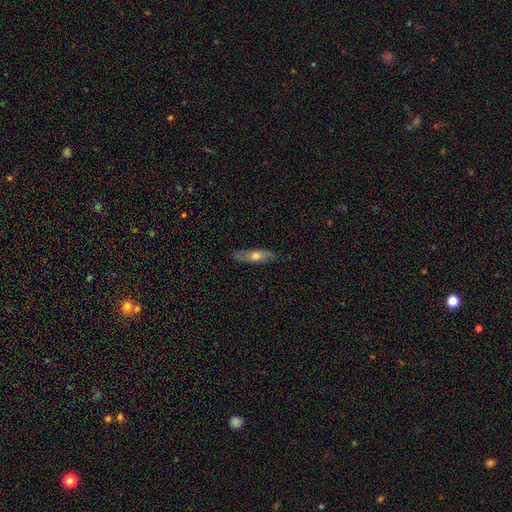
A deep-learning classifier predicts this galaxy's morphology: A smooth galaxy with no disk features (53%) that is cigar-shaped (49%).

Vote fractions:
- Smooth or featured? smooth: 53% / featured or disk: 41% / star or artifact: 7%
- How rounded? cigar-shaped: 49% / in between: 48% / round: 3%
- Merging? none: 81% / minor disturbance: 15% / major disturbance: 3% / merger: 1%